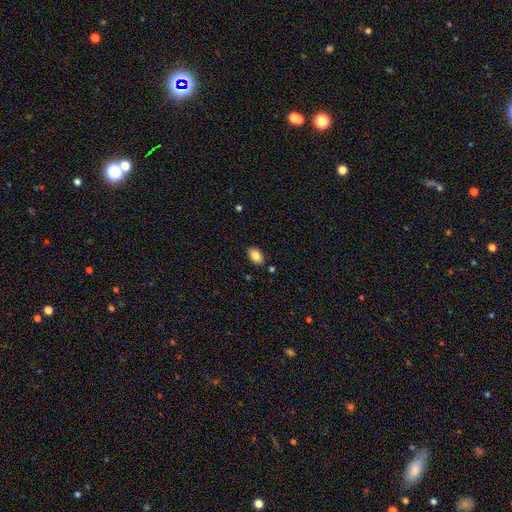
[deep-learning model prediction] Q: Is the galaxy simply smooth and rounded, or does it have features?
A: smooth — 86%.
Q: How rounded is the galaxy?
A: in between — 91%.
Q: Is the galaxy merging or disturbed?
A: none — 85%.